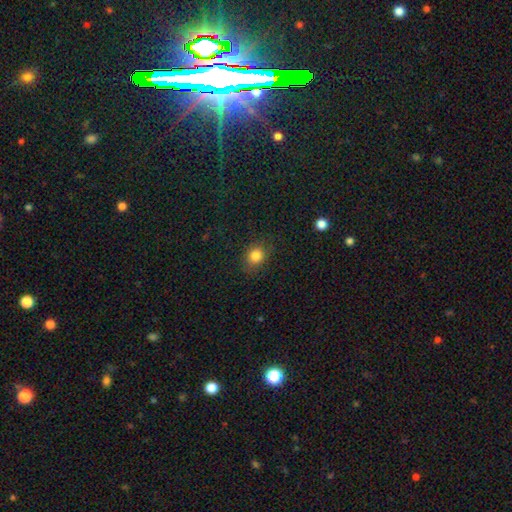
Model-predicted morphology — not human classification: Smooth or featured? smooth (83%)
How rounded? round (69%)
Merging? none (84%)